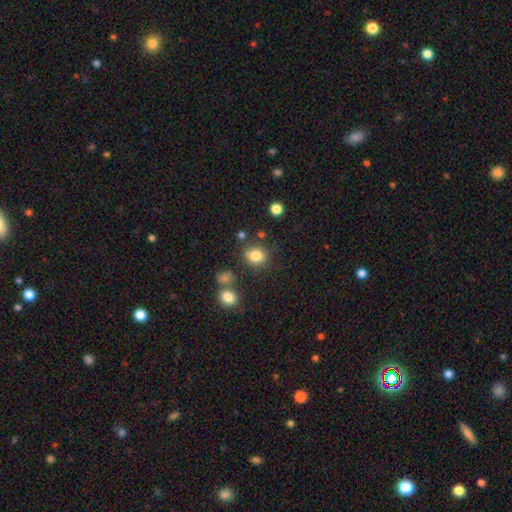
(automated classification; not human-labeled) Smooth or featured: smooth — 82% (star or artifact — 12%)
How rounded: round — 60% (in between — 38%)
Merging: none — 74% (minor disturbance — 14%)